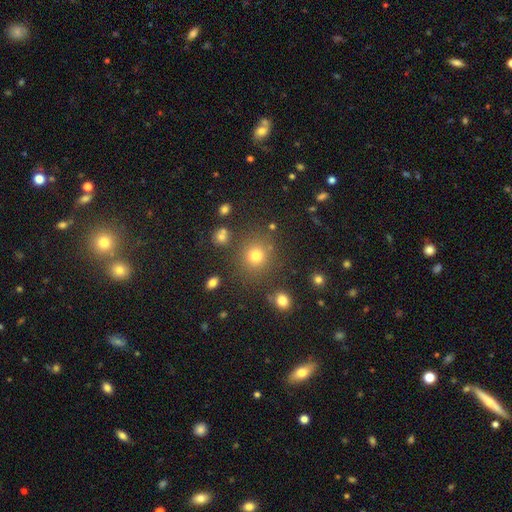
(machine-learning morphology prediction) A smooth galaxy with no disk features (72%) that is round (89%).

Vote fractions:
- Smooth or featured? smooth: 72% / star or artifact: 20% / featured or disk: 8%
- How rounded? round: 89% / in between: 10% / cigar-shaped: 1%
- Merging? none: 82% / minor disturbance: 9% / merger: 6% / major disturbance: 4%